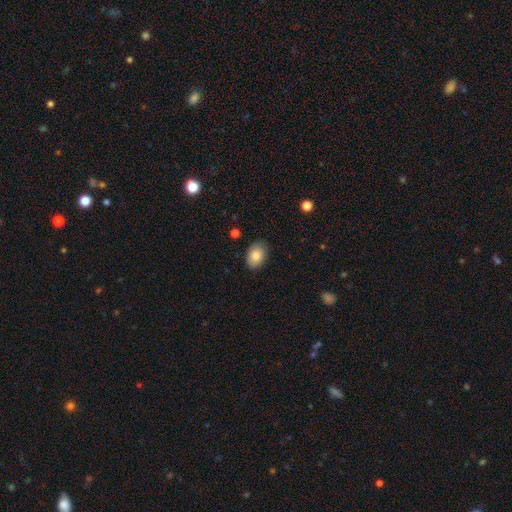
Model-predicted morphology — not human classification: Smooth or featured?
  - smooth: 83% *
  - featured or disk: 10%
  - star or artifact: 7%
How rounded?
  - in between: 85% *
  - round: 14%
  - cigar-shaped: 1%
Merging?
  - none: 86% *
  - minor disturbance: 10%
  - major disturbance: 2%
  - merger: 1%